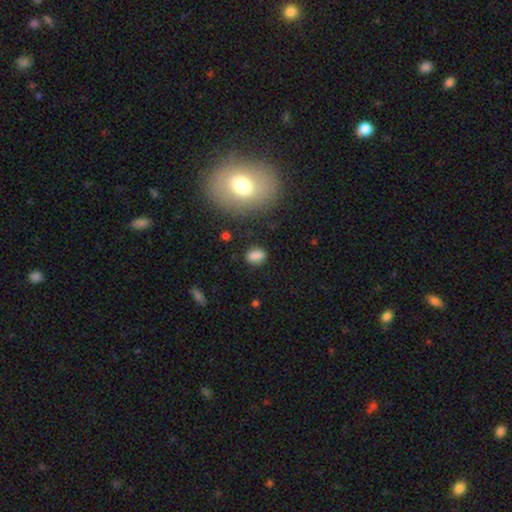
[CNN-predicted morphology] smooth-or-featured: smooth: 81% | star or artifact: 11% | featured or disk: 8%
  how-rounded: in between: 74% | round: 22% | cigar-shaped: 4%
  merging: none: 78% | minor disturbance: 14% | major disturbance: 4% | merger: 4%